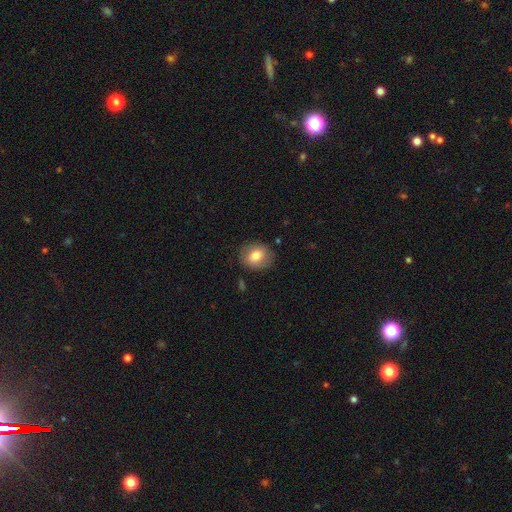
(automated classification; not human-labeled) smooth-or-featured: smooth: 75% | featured or disk: 17% | star or artifact: 8%
  how-rounded: round: 60% | in between: 39% | cigar-shaped: 1%
  merging: none: 83% | minor disturbance: 12% | major disturbance: 4% | merger: 2%